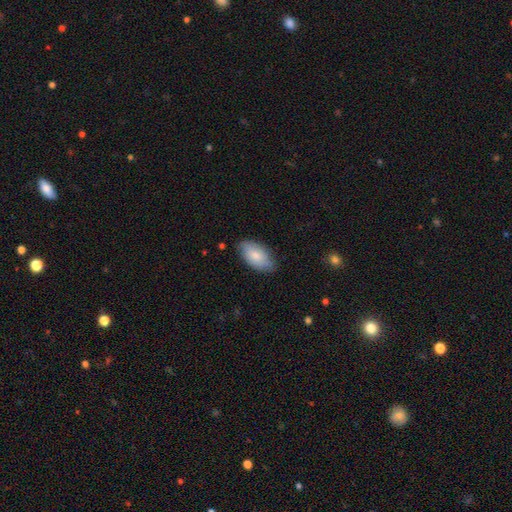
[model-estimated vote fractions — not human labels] The model was most divided on "merging": none: 77%, minor disturbance: 19%, major disturbance: 3%, merger: 1%. More confident: how rounded — in between (95%); smooth or featured — smooth (79%).